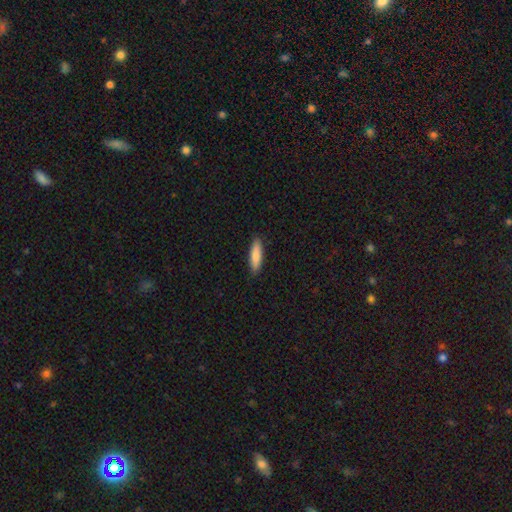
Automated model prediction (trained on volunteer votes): A smooth galaxy with no disk features (85%) that is cigar-shaped (64%).

Vote fractions:
- Smooth or featured? smooth: 85% / featured or disk: 9% / star or artifact: 6%
- How rounded? cigar-shaped: 64% / in between: 35% / round: 1%
- Merging? none: 89% / minor disturbance: 9% / major disturbance: 2% / merger: 1%